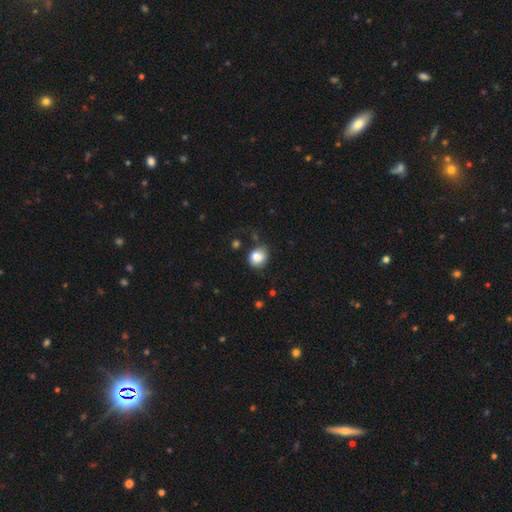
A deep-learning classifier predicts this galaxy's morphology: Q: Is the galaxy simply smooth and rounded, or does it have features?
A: smooth — 82%.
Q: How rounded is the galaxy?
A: round — 68%.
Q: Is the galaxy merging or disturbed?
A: none — 66%.